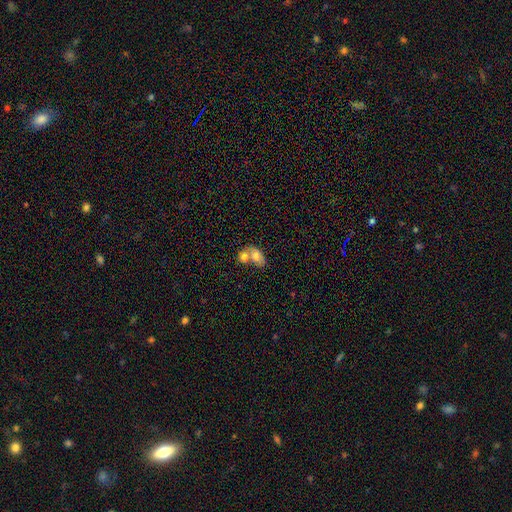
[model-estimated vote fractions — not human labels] smooth 73%, featured or disk 19%, star or artifact 8%. Down the decision tree: how rounded — in between (76%); merging — merger (65%).